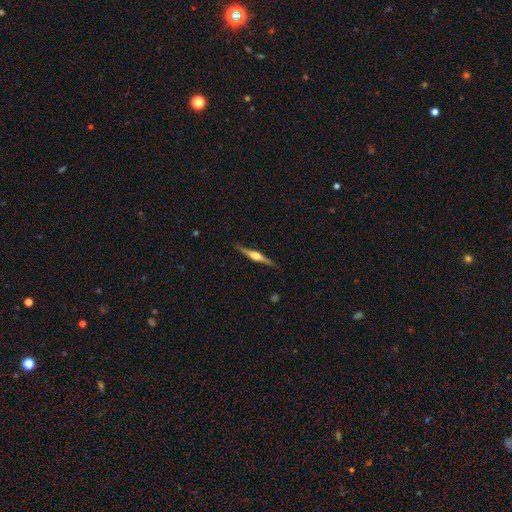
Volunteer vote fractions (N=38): This appears to be a featured or disk galaxy (84%) viewed edge-on (100%) with a rounded central bulge (91%). Merging: none (86%).